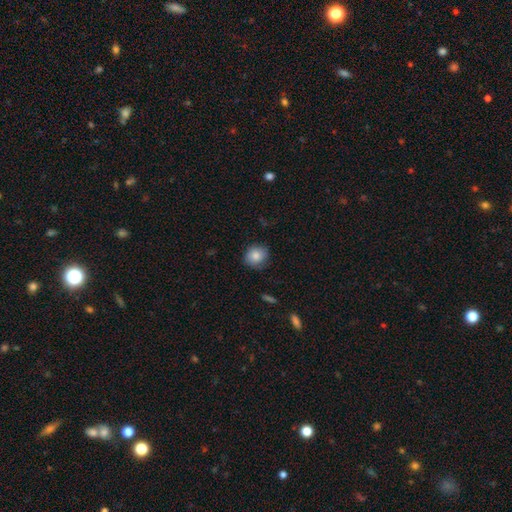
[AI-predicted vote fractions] smooth-or-featured: smooth: 85% | star or artifact: 8% | featured or disk: 7%
  how-rounded: round: 83% | in between: 16% | cigar-shaped: 1%
  merging: none: 80% | minor disturbance: 16% | major disturbance: 3% | merger: 1%